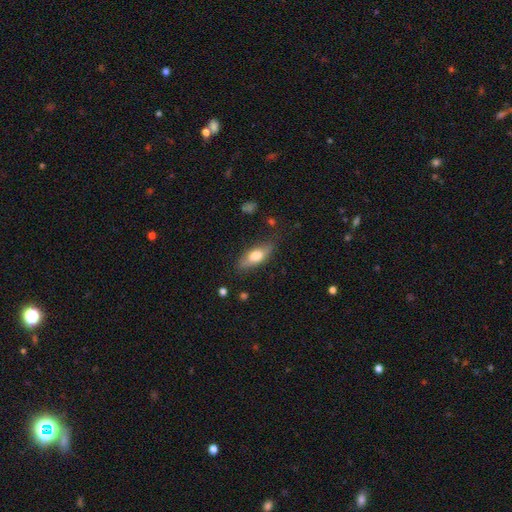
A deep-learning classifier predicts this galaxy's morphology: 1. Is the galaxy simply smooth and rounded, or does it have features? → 67% smooth, 27% featured or disk, 6% star or artifact.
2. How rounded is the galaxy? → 71% in between, 26% cigar-shaped, 3% round.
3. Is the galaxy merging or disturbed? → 79% none, 16% minor disturbance, 4% major disturbance, 2% merger.